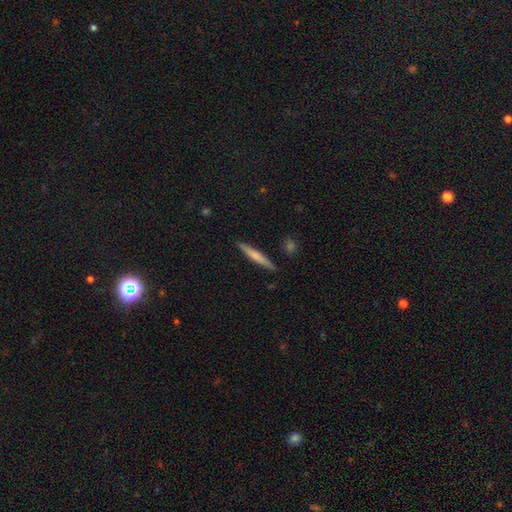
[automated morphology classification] smooth 59%, featured or disk 35%, star or artifact 6%. Down the decision tree: how rounded — cigar-shaped (94%); merging — none (88%).